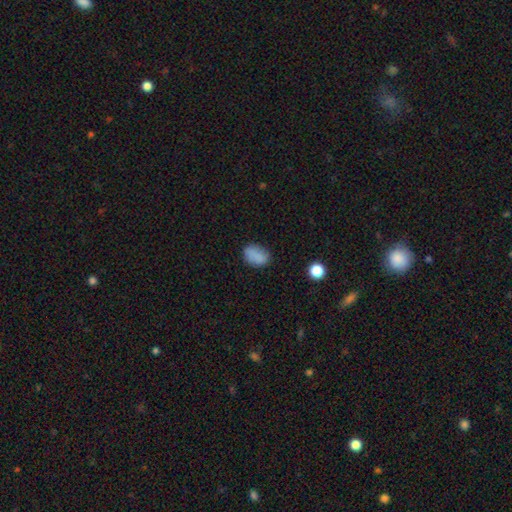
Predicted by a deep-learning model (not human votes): smooth 84%, star or artifact 10%, featured or disk 7%. Down the decision tree: how rounded — in between (79%); merging — none (76%).